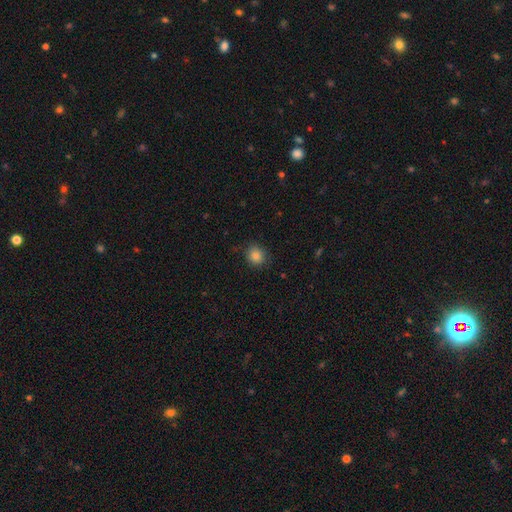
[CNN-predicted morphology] smooth 85%, star or artifact 11%, featured or disk 4%. Down the decision tree: how rounded — round (78%); merging — none (87%).